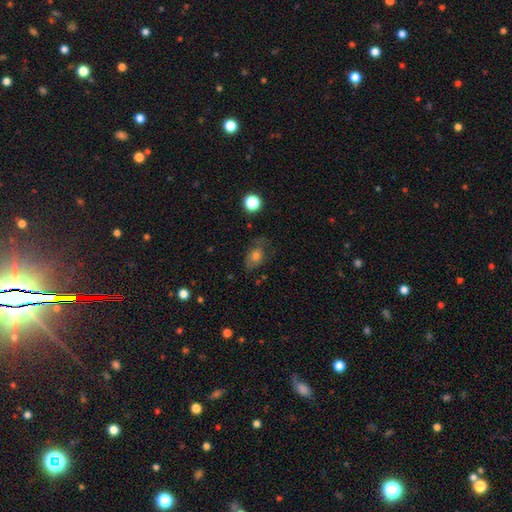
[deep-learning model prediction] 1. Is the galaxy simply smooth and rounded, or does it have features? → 56% smooth, 27% featured or disk, 17% star or artifact.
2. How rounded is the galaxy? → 70% in between, 27% round, 2% cigar-shaped.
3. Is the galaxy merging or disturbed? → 62% none, 23% minor disturbance, 13% major disturbance, 2% merger.